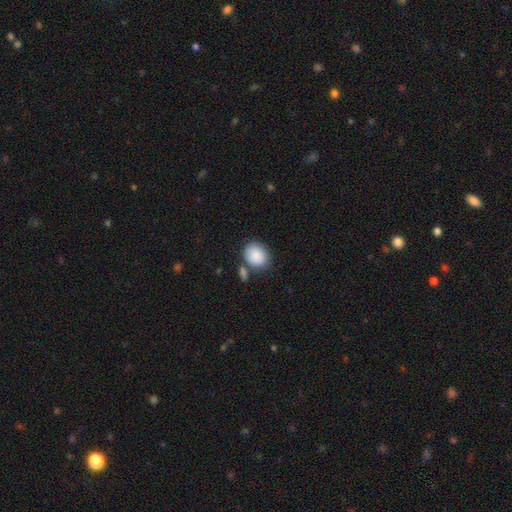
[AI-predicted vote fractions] Smooth or featured?
  - smooth: 88% *
  - star or artifact: 7%
  - featured or disk: 5%
How rounded?
  - round: 54% *
  - in between: 45%
  - cigar-shaped: 1%
Merging?
  - none: 67% *
  - minor disturbance: 15%
  - merger: 14%
  - major disturbance: 4%